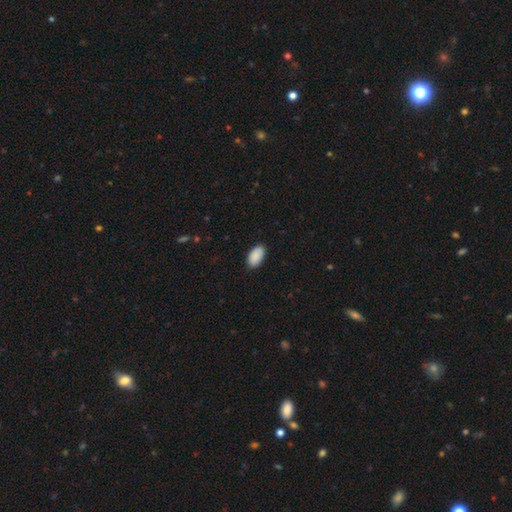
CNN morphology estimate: Smooth or featured? Predicted: smooth (p=0.91). How rounded? Predicted: in between (p=0.96). Merging? Predicted: none (p=0.88).